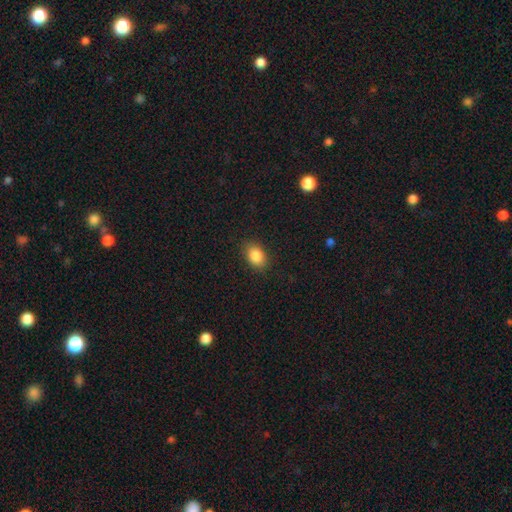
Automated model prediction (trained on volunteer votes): Smooth or featured? Predicted: smooth (p=0.86). How rounded? Predicted: in between (p=0.77). Merging? Predicted: none (p=0.87).